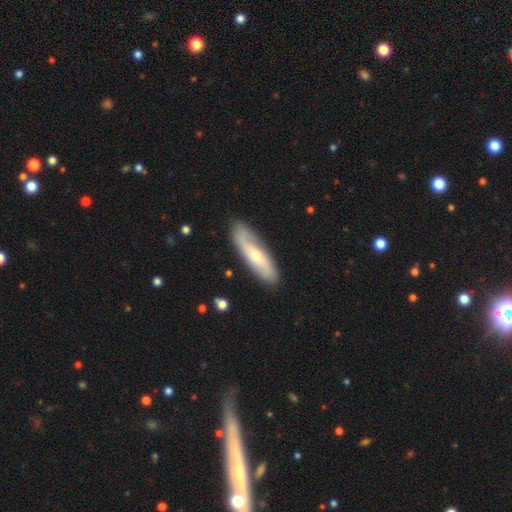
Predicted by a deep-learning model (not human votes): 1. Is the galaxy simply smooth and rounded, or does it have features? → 51% featured or disk, 43% smooth, 6% star or artifact.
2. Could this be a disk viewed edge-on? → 70% no, 30% yes.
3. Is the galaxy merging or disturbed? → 78% none, 16% minor disturbance, 4% major disturbance, 2% merger.